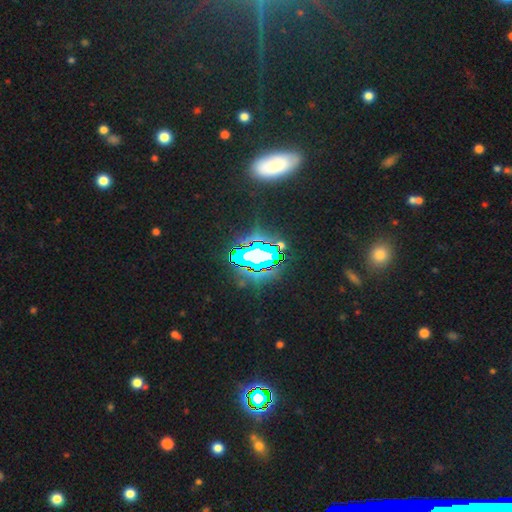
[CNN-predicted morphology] The model was most divided on "smooth or featured": star or artifact: 77%, smooth: 11%, featured or disk: 11%.